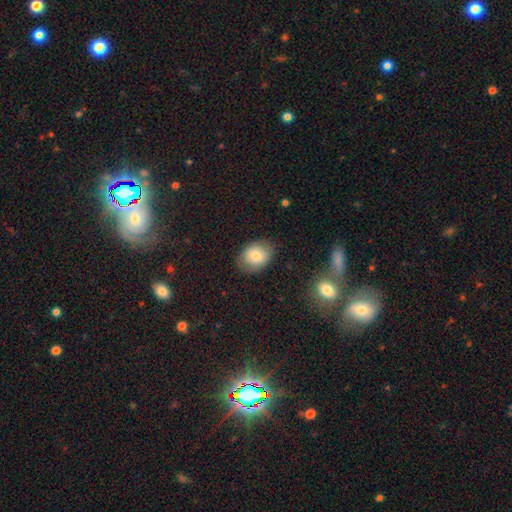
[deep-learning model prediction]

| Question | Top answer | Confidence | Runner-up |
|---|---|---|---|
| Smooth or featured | smooth | 76% | featured or disk (15%) |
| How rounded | in between | 56% | round (43%) |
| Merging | none | 80% | minor disturbance (15%) |